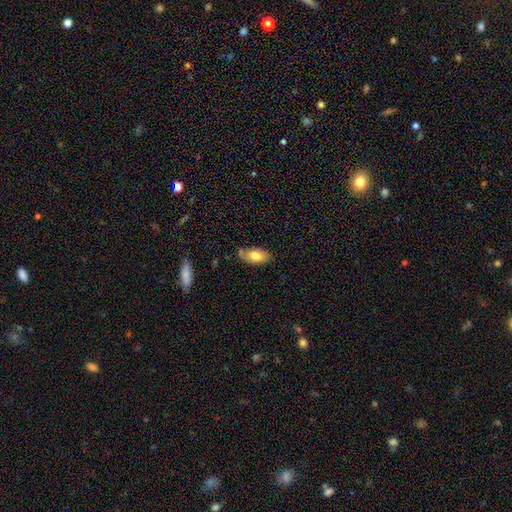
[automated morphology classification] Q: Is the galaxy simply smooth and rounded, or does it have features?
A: smooth — 75%.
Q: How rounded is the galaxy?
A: in between — 91%.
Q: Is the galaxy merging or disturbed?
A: none — 65%.